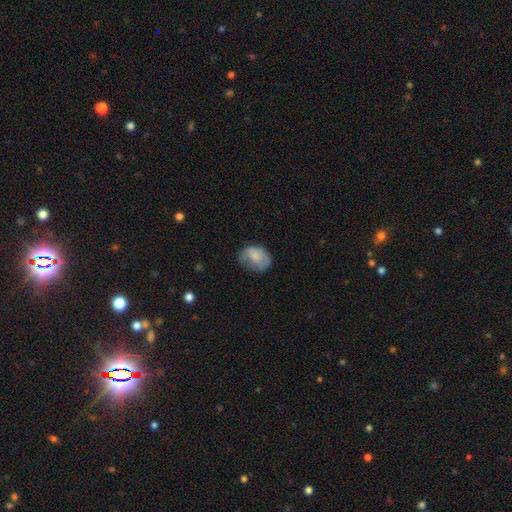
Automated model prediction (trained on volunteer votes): smooth_or_featured: smooth (p=0.74) [alt: featured or disk p=0.19]
how_rounded: in between (p=0.69) [alt: round p=0.30]
merging: none (p=0.51) [alt: minor disturbance p=0.32]